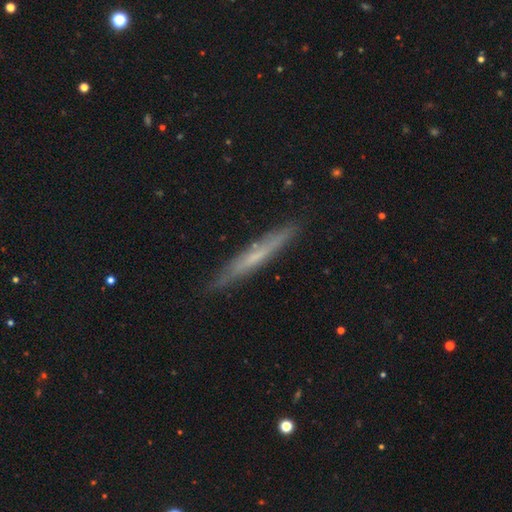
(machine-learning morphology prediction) Smooth or featured? Predicted: featured or disk (p=0.51). Edge-on disk? Predicted: yes (p=0.91). Merging? Predicted: none (p=0.86).